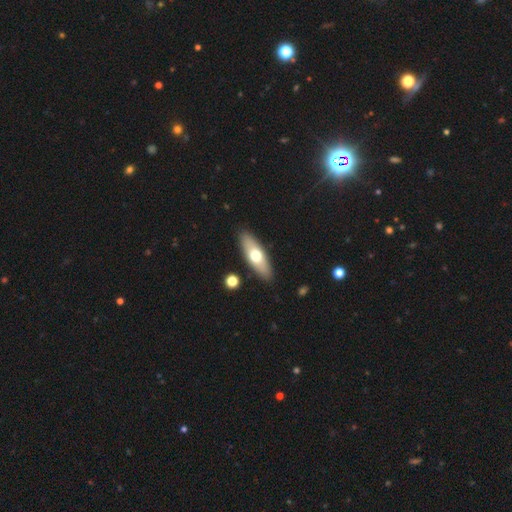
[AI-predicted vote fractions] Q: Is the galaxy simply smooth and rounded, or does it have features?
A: smooth — 58%.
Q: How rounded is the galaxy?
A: in between — 58%.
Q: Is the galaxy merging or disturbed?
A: none — 88%.